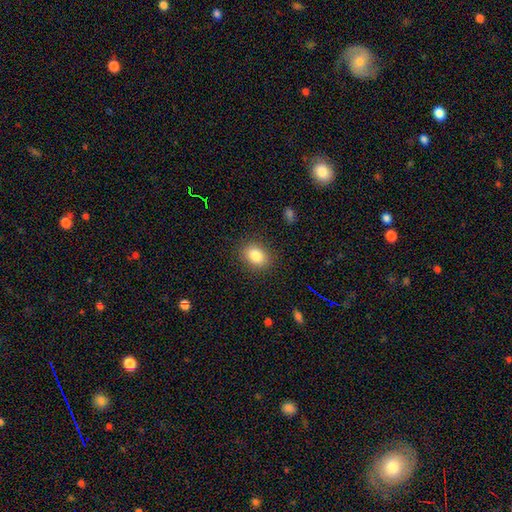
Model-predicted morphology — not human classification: Smooth or featured? Predicted: smooth (p=0.84). How rounded? Predicted: in between (p=0.62). Merging? Predicted: none (p=0.87).